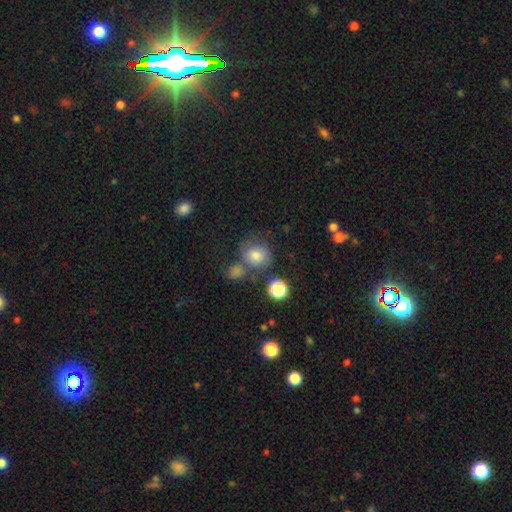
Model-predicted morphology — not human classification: smooth-or-featured: smooth: 73% | star or artifact: 14% | featured or disk: 13%
  how-rounded: round: 80% | in between: 19% | cigar-shaped: 1%
  merging: none: 53% | merger: 20% | minor disturbance: 17% | major disturbance: 10%